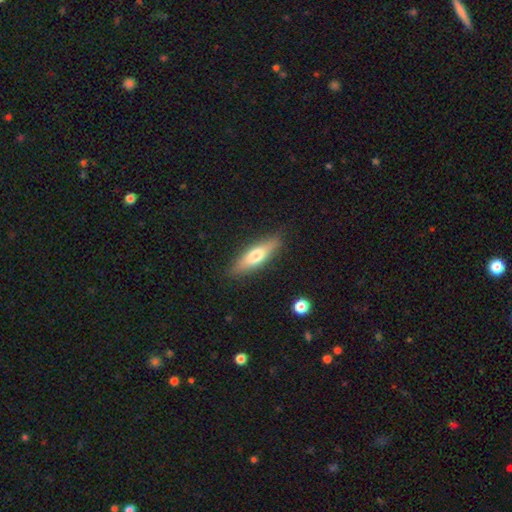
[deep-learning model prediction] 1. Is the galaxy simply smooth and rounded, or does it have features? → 62% smooth, 33% featured or disk, 6% star or artifact.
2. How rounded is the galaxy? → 63% cigar-shaped, 35% in between, 2% round.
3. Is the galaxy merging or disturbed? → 86% none, 10% minor disturbance, 2% major disturbance, 1% merger.